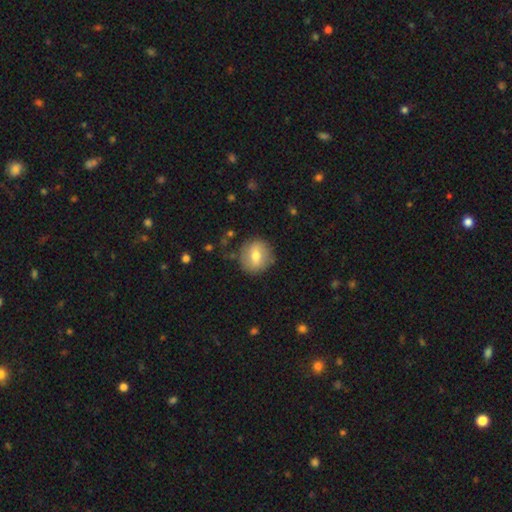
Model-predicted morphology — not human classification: The model was most divided on "smooth or featured": smooth: 65%, featured or disk: 27%, star or artifact: 8%. More confident: merging — none (84%); how rounded — round (83%).